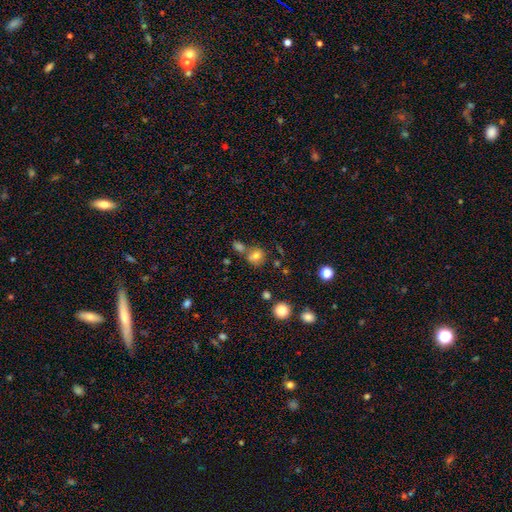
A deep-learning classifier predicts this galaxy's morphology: This is likely a smooth galaxy (77%). How rounded: likely round (80%). Merging: likely none (62%).